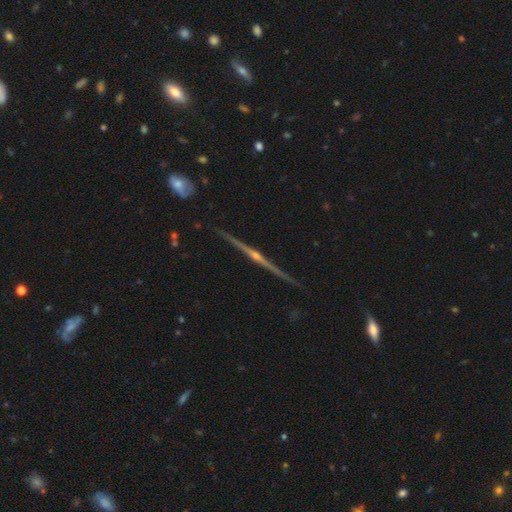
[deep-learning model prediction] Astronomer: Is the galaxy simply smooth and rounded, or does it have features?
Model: featured or disk — 88%.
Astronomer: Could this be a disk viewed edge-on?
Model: yes — 98%.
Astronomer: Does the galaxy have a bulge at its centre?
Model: rounded — 87%.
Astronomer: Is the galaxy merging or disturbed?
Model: none — 90%.